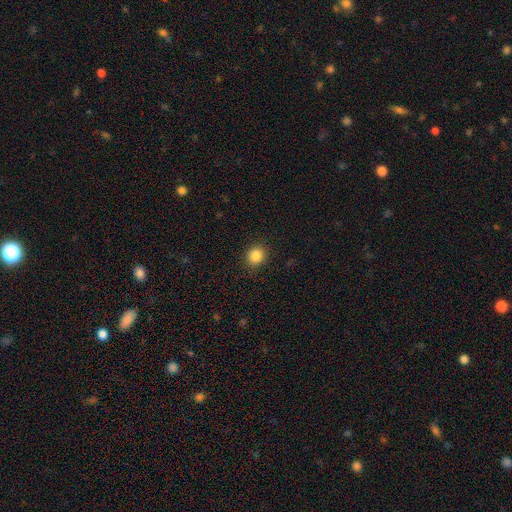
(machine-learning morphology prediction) Q: Smooth or featured?
A: smooth (85%); runner-up: star or artifact (11%)
Q: How rounded?
A: round (84%); runner-up: in between (15%)
Q: Merging?
A: none (90%); runner-up: minor disturbance (7%)